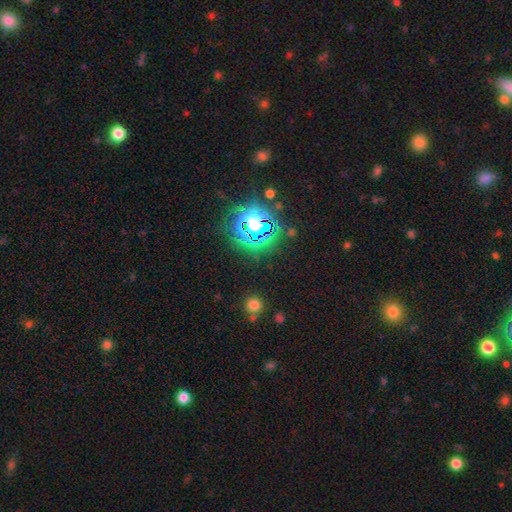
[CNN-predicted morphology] Smooth or featured? Predicted: star or artifact (p=0.80).